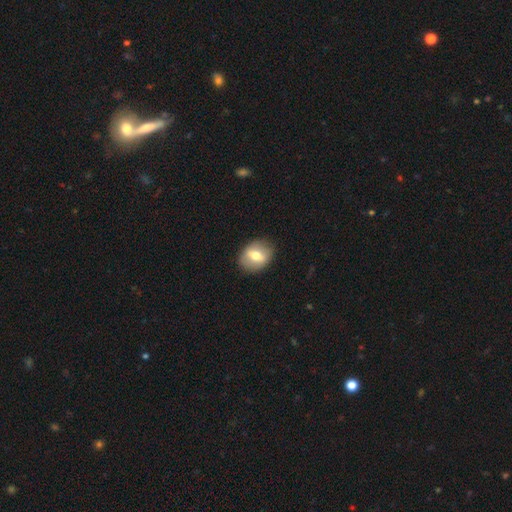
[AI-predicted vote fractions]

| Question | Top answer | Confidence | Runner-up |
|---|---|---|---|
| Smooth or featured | smooth | 58% | featured or disk (34%) |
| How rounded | in between | 53% | round (46%) |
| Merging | none | 86% | minor disturbance (10%) |